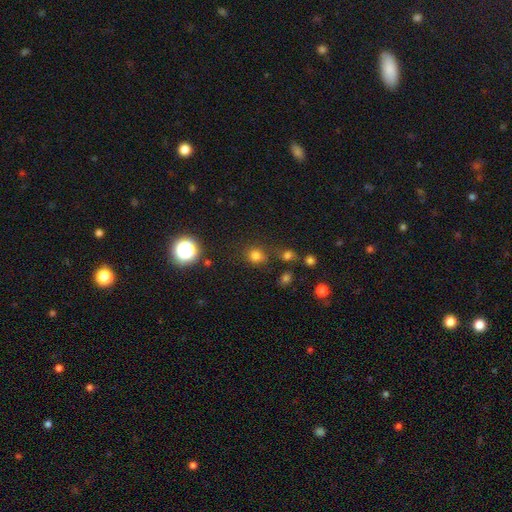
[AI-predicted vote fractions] A smooth galaxy with no disk features (75%) that is round (82%). Merging: none (76%).